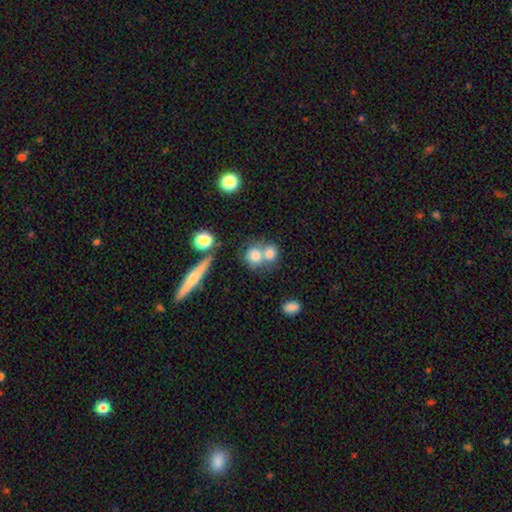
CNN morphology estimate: Overall: smooth (74%). How rounded: round (78%). Merging: merger (51%; none 37%).